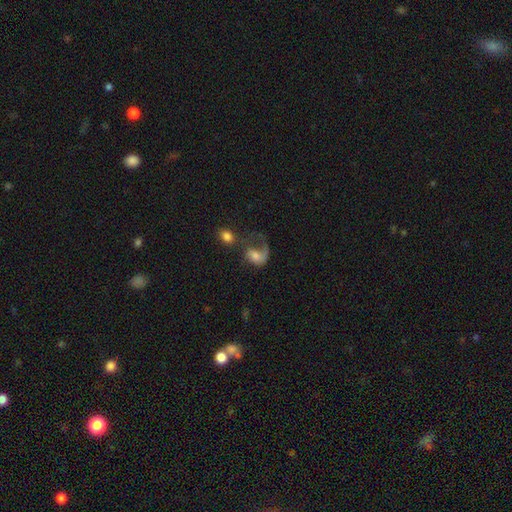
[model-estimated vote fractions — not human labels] Overall: featured or disk (51%; smooth 40%). Edge-on disk: no (97%). Merging: major disturbance (45%; none 21%).